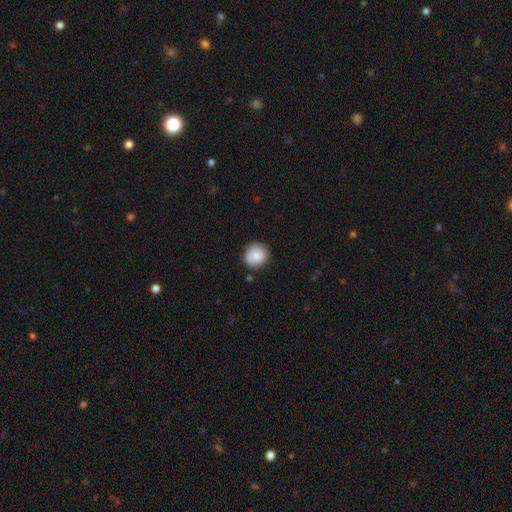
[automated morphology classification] Smooth or featured?
  - smooth: 77% *
  - featured or disk: 16%
  - star or artifact: 7%
How rounded?
  - round: 88% *
  - in between: 11%
  - cigar-shaped: 1%
Merging?
  - none: 77% *
  - minor disturbance: 17%
  - major disturbance: 4%
  - merger: 2%